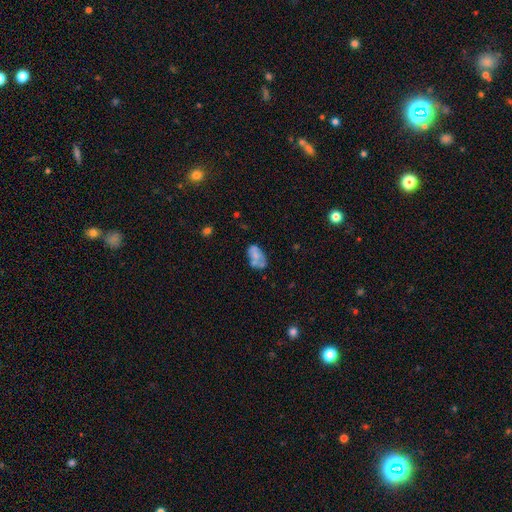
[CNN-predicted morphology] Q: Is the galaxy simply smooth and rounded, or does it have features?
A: smooth — 52%.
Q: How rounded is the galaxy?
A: in between — 91%.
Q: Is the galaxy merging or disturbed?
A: none — 41%.